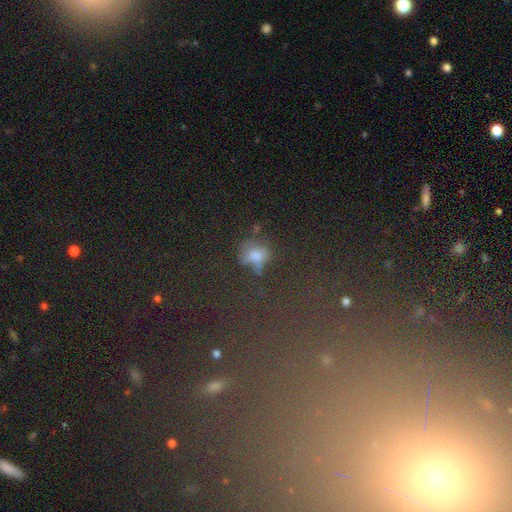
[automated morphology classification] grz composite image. It shows a smooth galaxy with no disk features (51%) that is round (66%). Merging: none (69%).